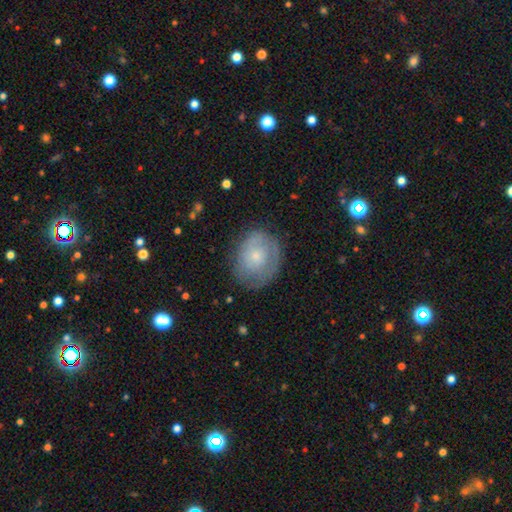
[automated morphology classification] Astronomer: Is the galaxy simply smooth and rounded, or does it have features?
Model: smooth — 52% (runner-up: featured or disk, 40%).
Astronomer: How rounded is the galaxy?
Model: round — 60% (runner-up: in between, 39%).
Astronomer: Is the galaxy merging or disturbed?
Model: none — 68%.